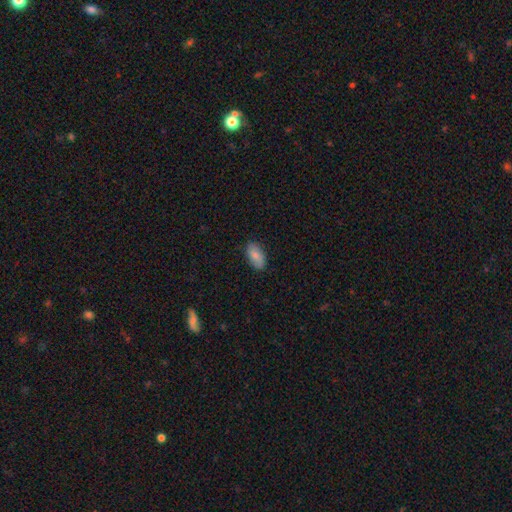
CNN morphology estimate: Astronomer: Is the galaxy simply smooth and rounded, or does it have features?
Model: smooth — 80%.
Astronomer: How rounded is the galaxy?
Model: in between — 93%.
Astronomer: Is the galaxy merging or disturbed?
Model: none — 85%.